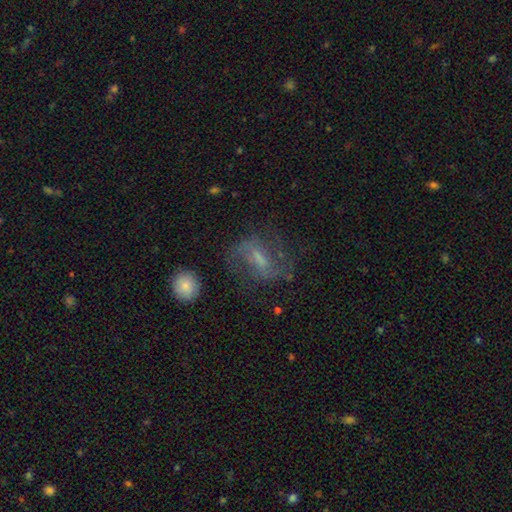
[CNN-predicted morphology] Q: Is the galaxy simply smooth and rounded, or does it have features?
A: featured or disk — 64%.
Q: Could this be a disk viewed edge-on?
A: no — 95%.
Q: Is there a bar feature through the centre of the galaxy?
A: weak — 47%.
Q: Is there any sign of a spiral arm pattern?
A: yes — 80%.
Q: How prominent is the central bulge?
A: small — 40%.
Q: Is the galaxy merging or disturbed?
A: none — 61%.